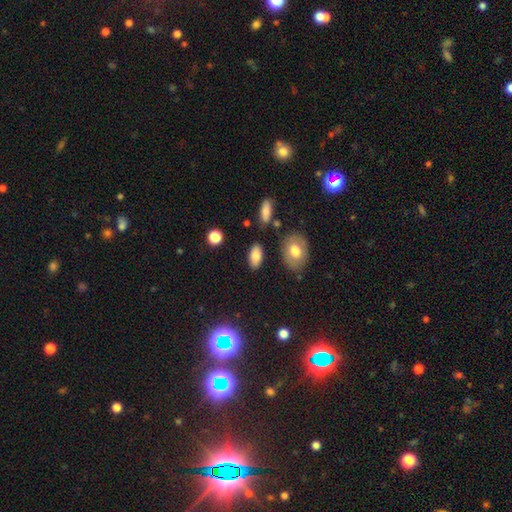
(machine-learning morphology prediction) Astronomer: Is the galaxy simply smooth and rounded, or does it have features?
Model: smooth — 81%.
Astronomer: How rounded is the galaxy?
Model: in between — 91%.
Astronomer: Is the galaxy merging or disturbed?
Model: none — 83%.